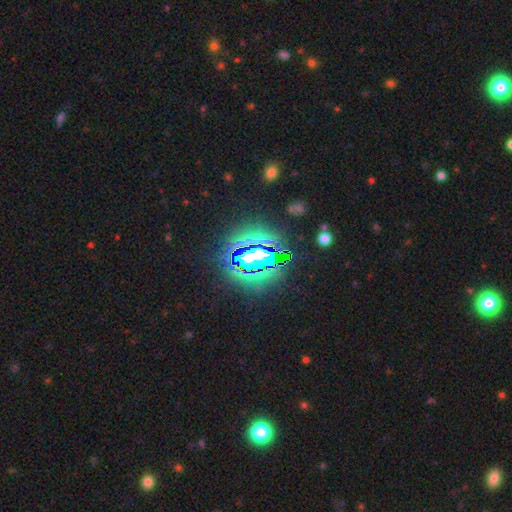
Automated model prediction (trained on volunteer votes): The model was most divided on "smooth or featured": star or artifact: 82%, smooth: 10%, featured or disk: 8%.